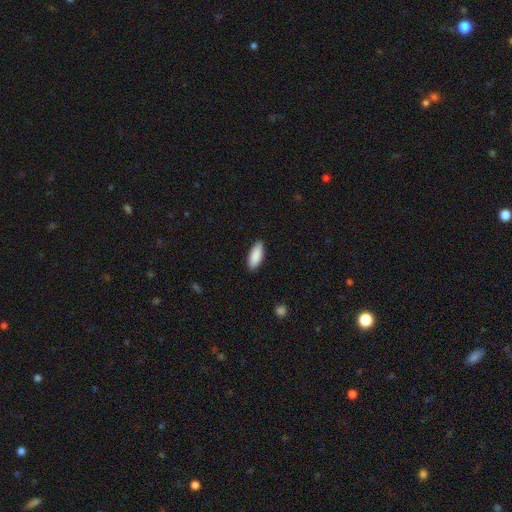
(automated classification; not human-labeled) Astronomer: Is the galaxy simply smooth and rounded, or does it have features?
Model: smooth — 91%.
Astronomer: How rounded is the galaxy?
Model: in between — 81%.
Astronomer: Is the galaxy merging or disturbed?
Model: none — 89%.